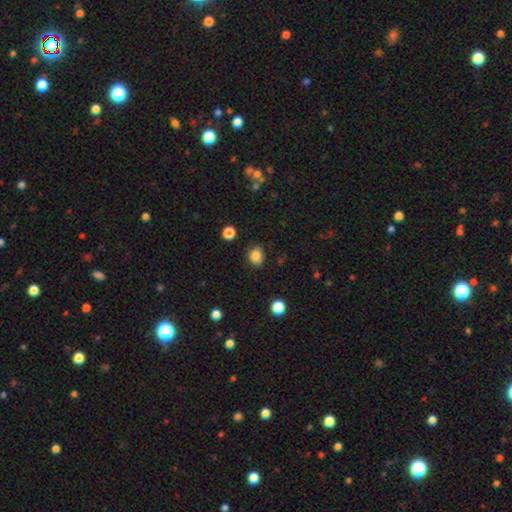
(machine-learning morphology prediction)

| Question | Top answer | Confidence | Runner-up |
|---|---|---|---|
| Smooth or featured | smooth | 85% | star or artifact (11%) |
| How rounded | round | 55% | in between (44%) |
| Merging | none | 82% | minor disturbance (13%) |